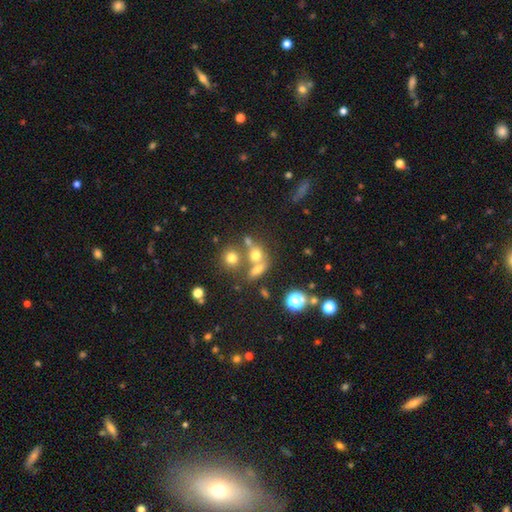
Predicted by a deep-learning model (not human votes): Morphology: type=smooth (61%); roundness=round (59%); merging=merger (42%, tied with none).